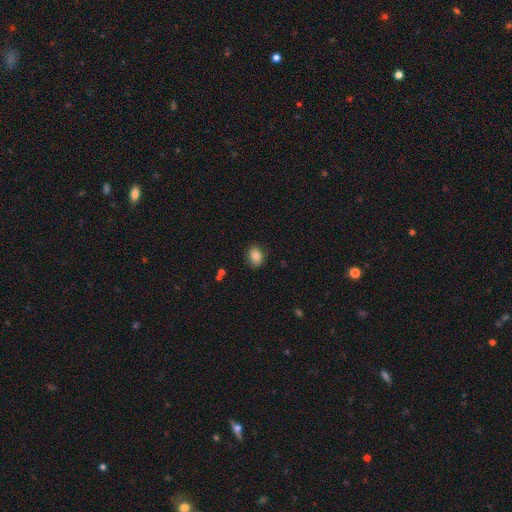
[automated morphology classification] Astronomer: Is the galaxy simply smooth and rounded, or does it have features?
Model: smooth — 81%.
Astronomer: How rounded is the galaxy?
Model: in between — 60% (runner-up: round, 39%).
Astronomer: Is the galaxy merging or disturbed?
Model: none — 85%.